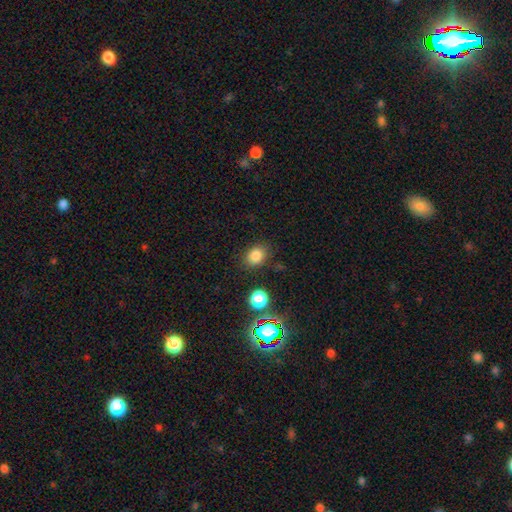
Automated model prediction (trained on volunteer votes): smooth 81%, star or artifact 14%, featured or disk 6%. Down the decision tree: how rounded — in between (51%); merging — none (80%).